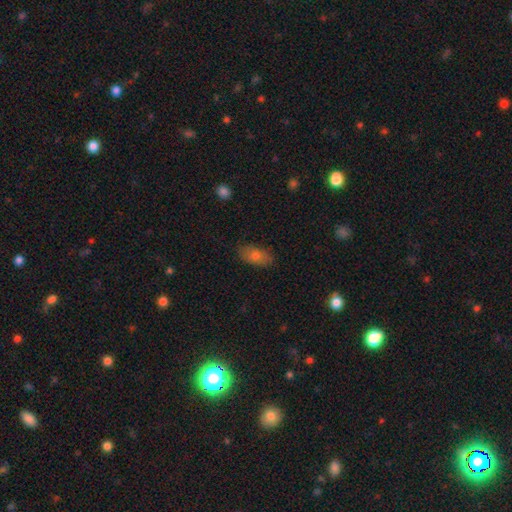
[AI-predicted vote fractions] Smooth or featured? smooth (75%)
How rounded? in between (88%)
Merging? none (83%)